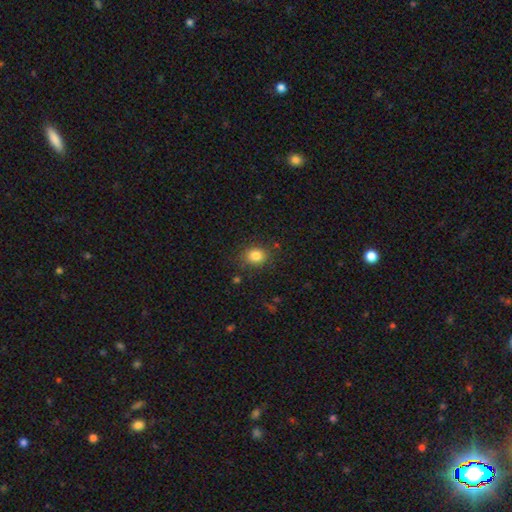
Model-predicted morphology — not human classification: type=smooth (83%); roundness=round (62%); merging=none (82%).